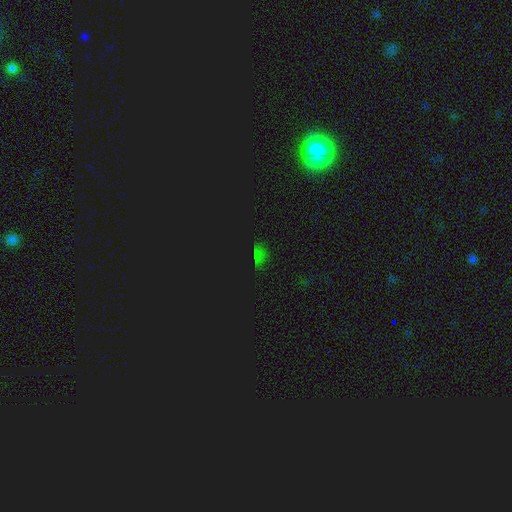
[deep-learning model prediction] Q: Smooth or featured?
A: star or artifact (66%); runner-up: smooth (28%)